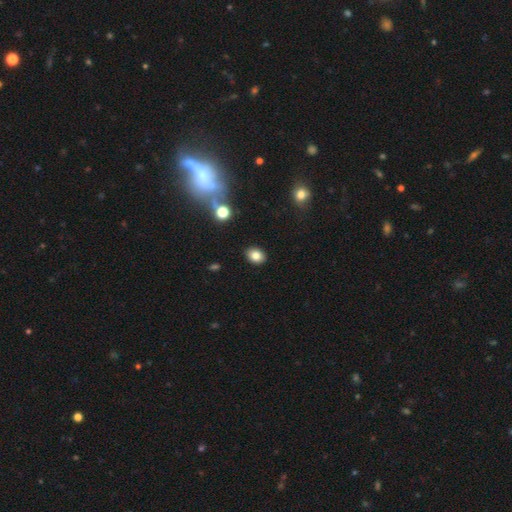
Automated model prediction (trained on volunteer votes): Morphology: type=smooth (81%); roundness=in between (66%); merging=none (89%).